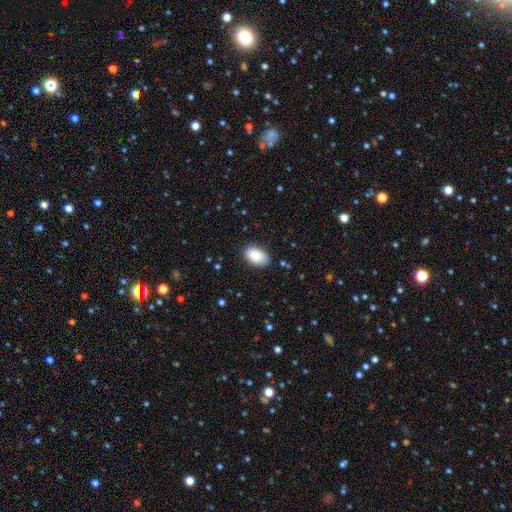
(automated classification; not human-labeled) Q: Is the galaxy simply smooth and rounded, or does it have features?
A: smooth — 89%.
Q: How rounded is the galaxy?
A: in between — 93%.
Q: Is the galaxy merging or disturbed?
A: none — 83%.